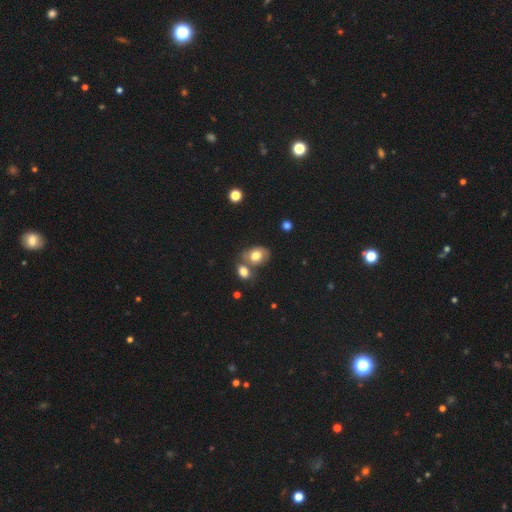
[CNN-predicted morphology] smooth-or-featured: smooth: 71% | featured or disk: 19% | star or artifact: 10%
  how-rounded: in between: 64% | round: 35% | cigar-shaped: 1%
  merging: none: 49% | merger: 31% | minor disturbance: 14% | major disturbance: 5%